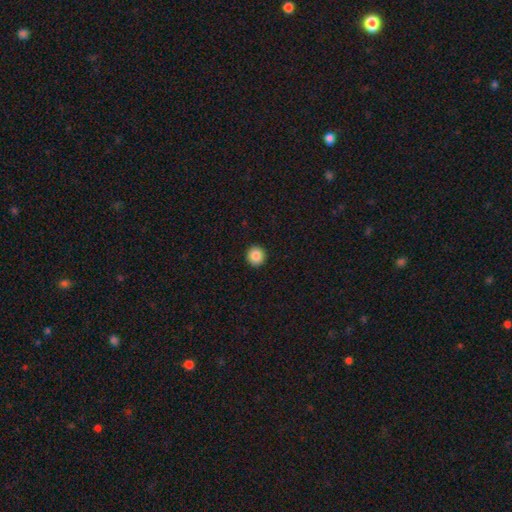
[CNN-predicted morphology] A smooth galaxy with no disk features (87%) that is round (95%).

Vote fractions:
- Smooth or featured? smooth: 87% / star or artifact: 9% / featured or disk: 4%
- How rounded? round: 95% / in between: 4% / cigar-shaped: 1%
- Merging? none: 94% / minor disturbance: 4% / major disturbance: 1% / merger: 1%